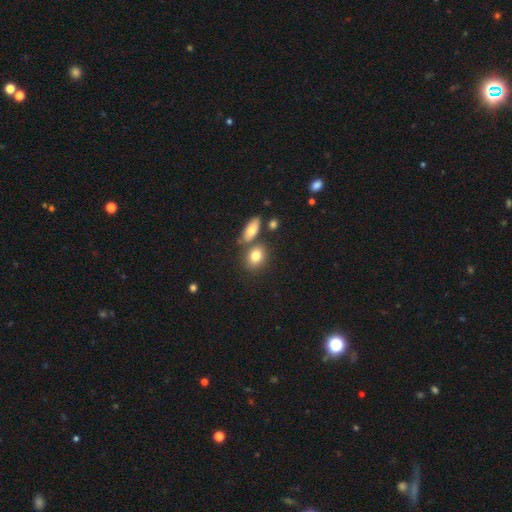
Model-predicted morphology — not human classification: Smooth or featured? smooth (79%)
How rounded? in between (59%)
Merging? none (63%)